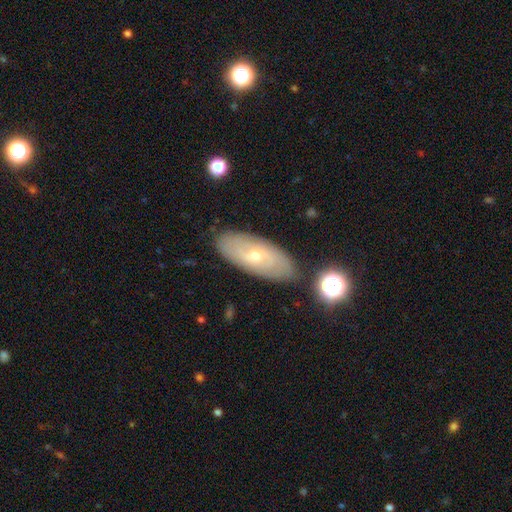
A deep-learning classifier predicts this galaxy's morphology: Overall: featured or disk (59%; smooth 33%). Edge-on disk: no (86%). Bar: no (61%; weak 31%). Spiral arms: yes (64%; no 36%). Bulge size: small (64%; moderate 33%). Merging: none (83%).